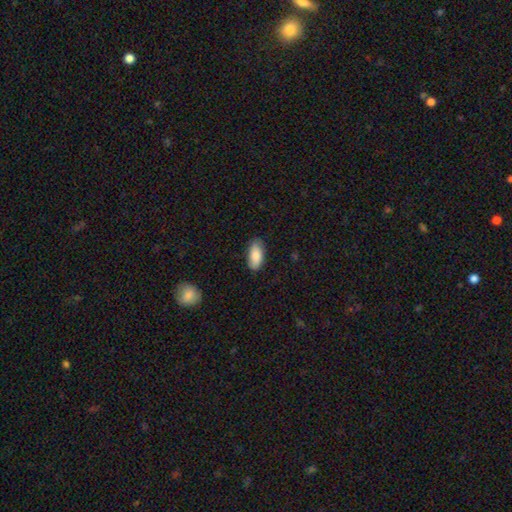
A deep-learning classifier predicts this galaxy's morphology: Smooth or featured? Predicted: smooth (p=0.84). How rounded? Predicted: in between (p=0.90). Merging? Predicted: none (p=0.82).